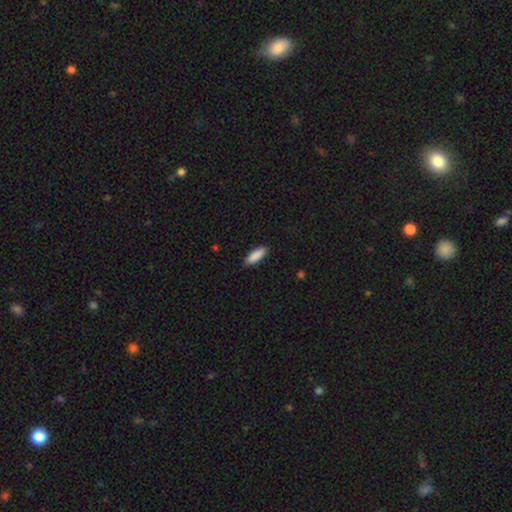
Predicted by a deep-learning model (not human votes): Smooth or featured? smooth (89%)
How rounded? in between (55%)
Merging? none (84%)